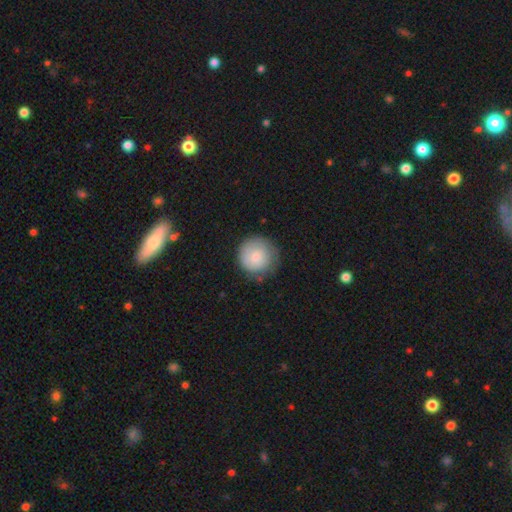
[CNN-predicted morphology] The model was most divided on "merging": none: 76%, minor disturbance: 18%, major disturbance: 5%, merger: 2%. More confident: how rounded — round (95%); smooth or featured — smooth (80%).